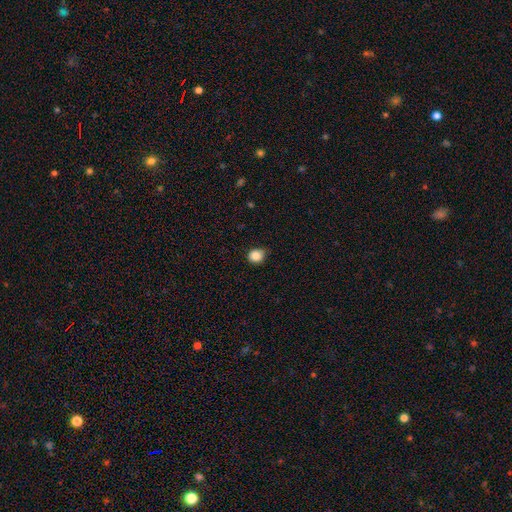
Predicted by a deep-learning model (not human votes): smooth_or_featured: smooth (p=0.86) [alt: star or artifact p=0.10]
how_rounded: round (p=0.76) [alt: in between p=0.23]
merging: none (p=0.68) [alt: minor disturbance p=0.27]